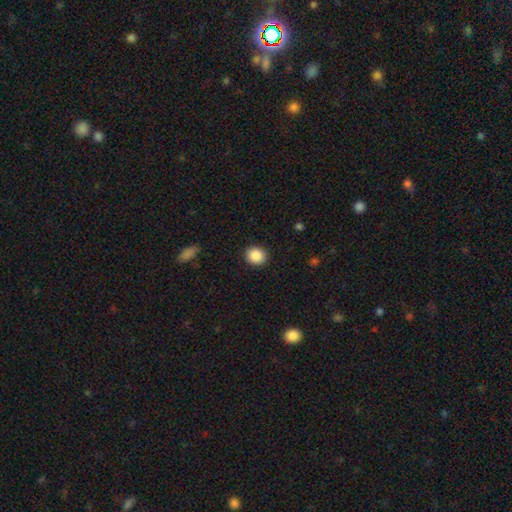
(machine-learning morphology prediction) This is clearly a smooth galaxy (89%). How rounded: likely round (76%). Merging: clearly none (91%).